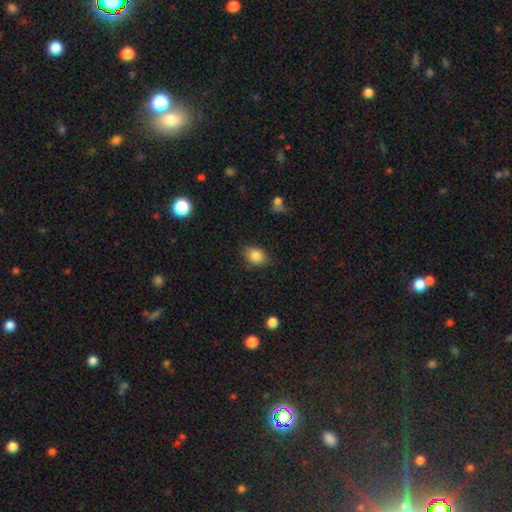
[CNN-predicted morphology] A smooth galaxy with no disk features (84%) that is in between round and cigar-shaped (76%). Merging: none (81%).